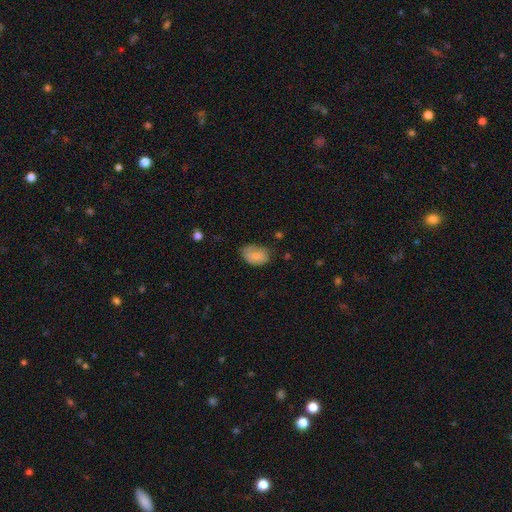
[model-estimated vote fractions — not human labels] This appears to be a smooth galaxy with no disk features (79%) that is in between round and cigar-shaped (86%). Merging: none (59%).